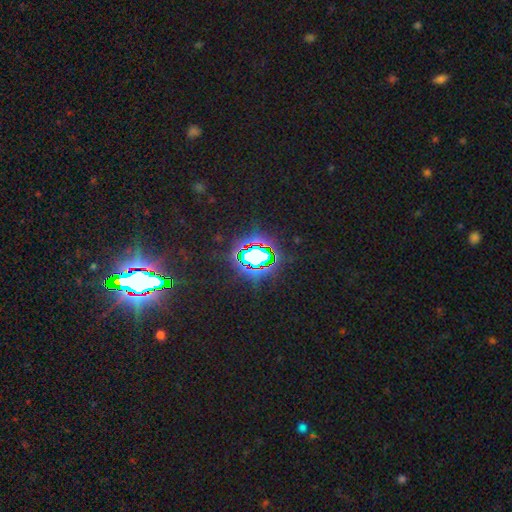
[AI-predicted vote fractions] star or artifact 76%, smooth 15%, featured or disk 9%.